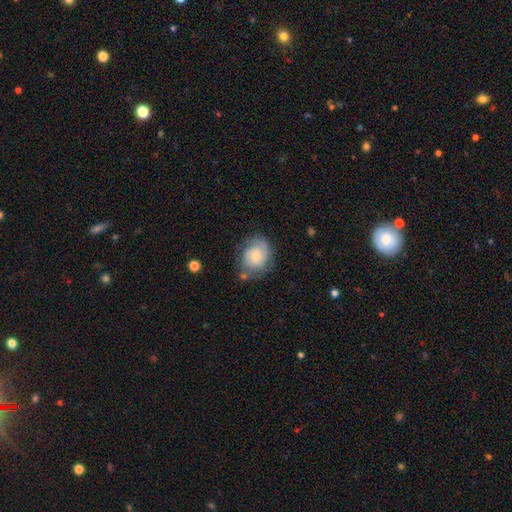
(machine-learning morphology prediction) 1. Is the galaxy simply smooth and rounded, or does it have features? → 46% featured or disk (tied), 46% smooth (tied), 7% star or artifact.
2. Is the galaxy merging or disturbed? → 64% none, 23% minor disturbance, 9% major disturbance, 4% merger.